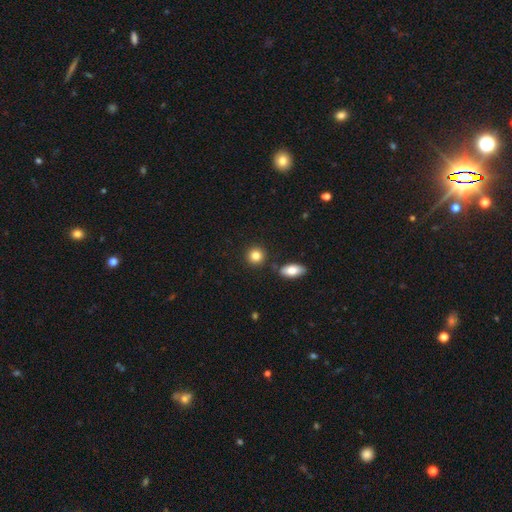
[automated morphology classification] A smooth galaxy with no disk features (84%) that is round (86%). Merging: none (83%).